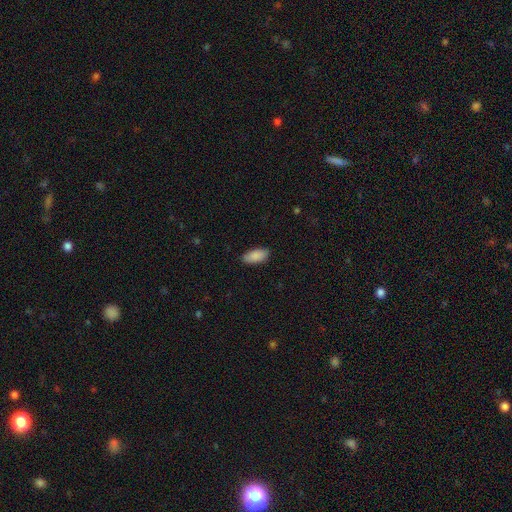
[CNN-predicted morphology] smooth 89%, star or artifact 6%, featured or disk 4%. Down the decision tree: how rounded — in between (92%); merging — none (87%).